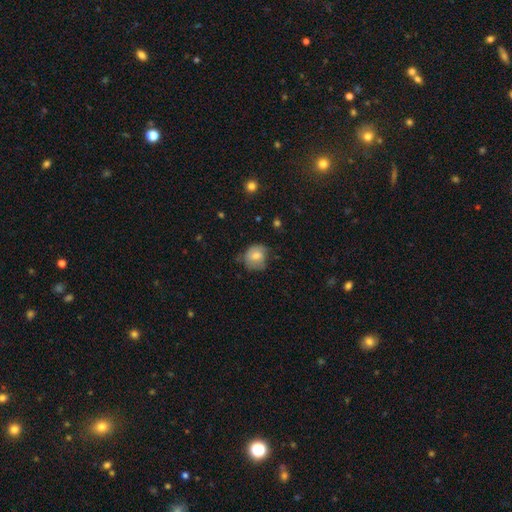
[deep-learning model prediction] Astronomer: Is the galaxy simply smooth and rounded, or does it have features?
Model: smooth — 73%.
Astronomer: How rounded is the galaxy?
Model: round — 72%.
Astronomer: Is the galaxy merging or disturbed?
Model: none — 57% (runner-up: minor disturbance, 32%).